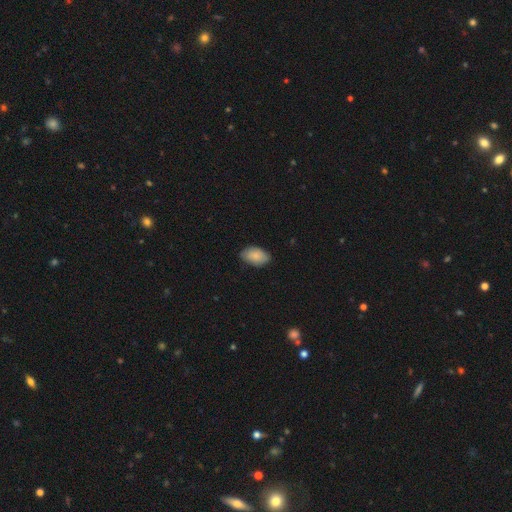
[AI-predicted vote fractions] This appears to be a smooth galaxy with no disk features (86%) that is in between round and cigar-shaped (93%). Merging: none (80%).